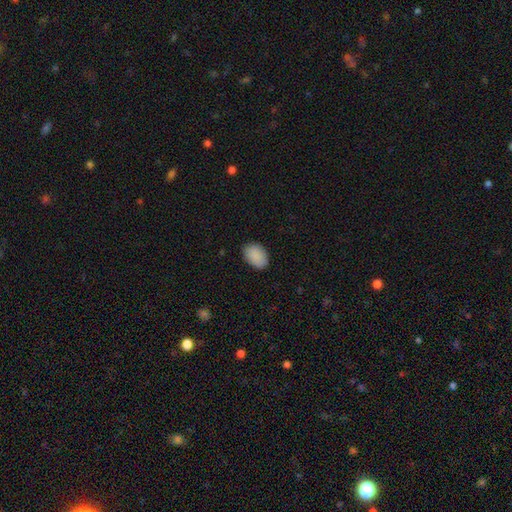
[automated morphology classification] type=smooth (90%); roundness=in between (83%); merging=none (84%).